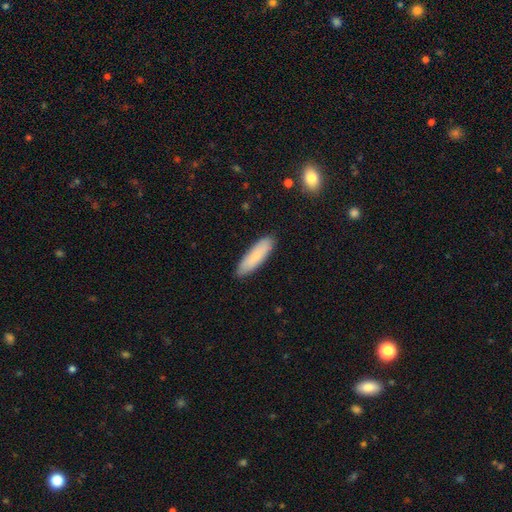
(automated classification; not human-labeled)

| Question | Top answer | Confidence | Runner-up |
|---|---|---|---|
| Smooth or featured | smooth | 81% | featured or disk (13%) |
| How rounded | cigar-shaped | 60% | in between (39%) |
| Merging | none | 88% | minor disturbance (10%) |